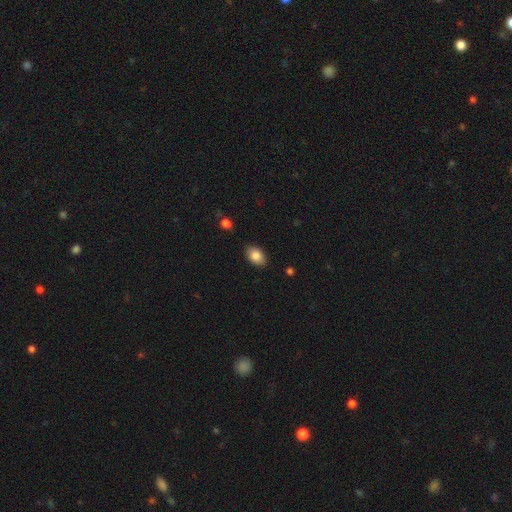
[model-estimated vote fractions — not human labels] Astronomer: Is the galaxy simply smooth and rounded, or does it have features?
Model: smooth — 86%.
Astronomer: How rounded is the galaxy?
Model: in between — 86%.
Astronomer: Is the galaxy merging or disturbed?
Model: none — 86%.